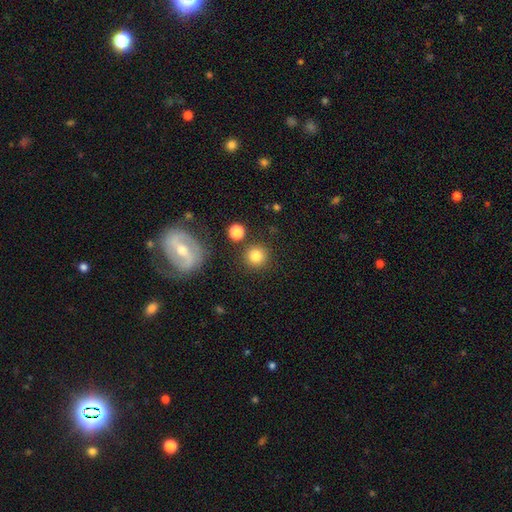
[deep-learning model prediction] Overall: smooth (83%). How rounded: round (92%). Merging: none (84%).